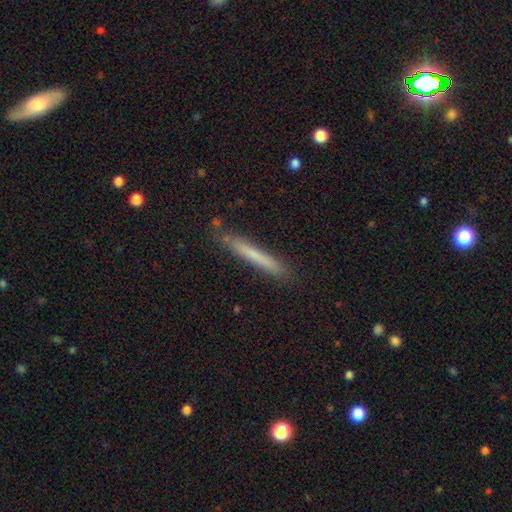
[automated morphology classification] smooth 65%, featured or disk 28%, star or artifact 7%. Down the decision tree: how rounded — cigar-shaped (96%); merging — none (84%).